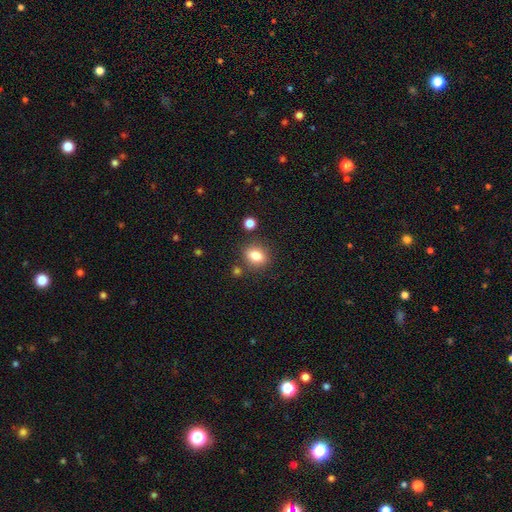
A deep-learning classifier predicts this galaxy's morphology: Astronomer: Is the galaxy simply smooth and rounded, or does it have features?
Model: smooth — 83%.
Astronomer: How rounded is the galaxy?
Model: in between — 64%.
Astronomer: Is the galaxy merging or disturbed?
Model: none — 78%.